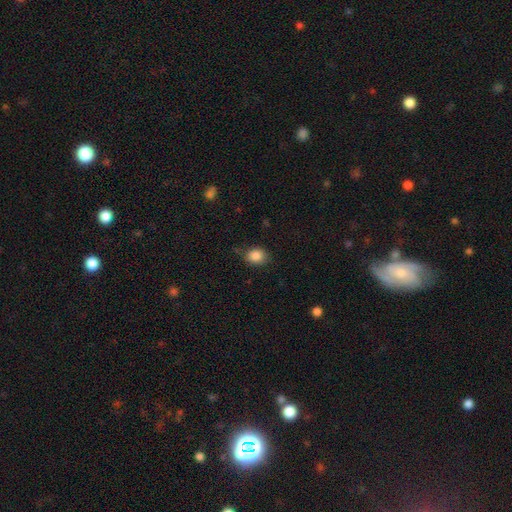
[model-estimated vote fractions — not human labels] Q: Smooth or featured?
A: smooth (86%); runner-up: star or artifact (9%)
Q: How rounded?
A: round (52%); runner-up: in between (47%)
Q: Merging?
A: none (78%); runner-up: minor disturbance (16%)